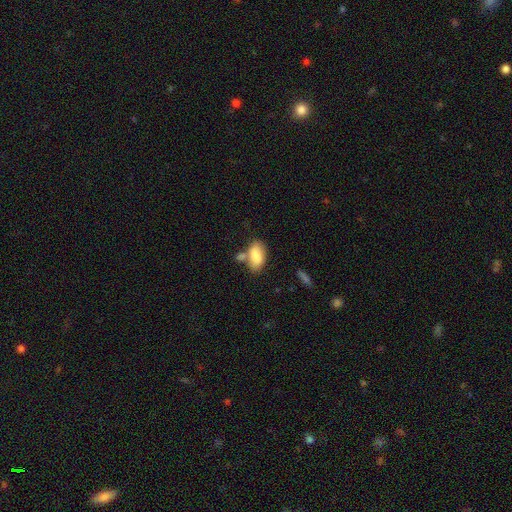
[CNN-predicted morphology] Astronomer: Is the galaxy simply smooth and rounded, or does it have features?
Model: smooth — 83%.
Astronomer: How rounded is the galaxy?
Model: in between — 93%.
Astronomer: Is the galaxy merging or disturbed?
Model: none — 50% (runner-up: merger, 26%).